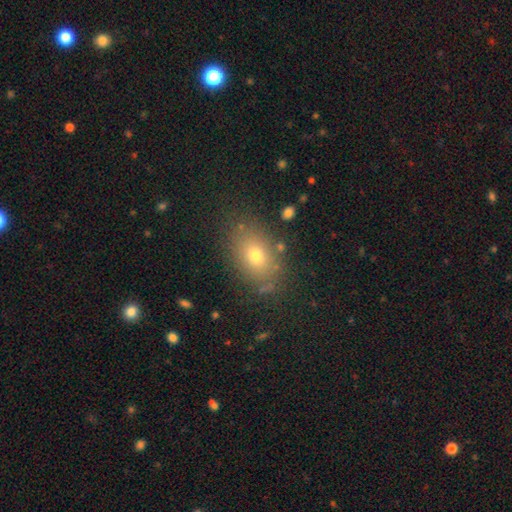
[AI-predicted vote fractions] Smooth or featured?
  - smooth: 72% *
  - star or artifact: 15%
  - featured or disk: 14%
How rounded?
  - in between: 77% *
  - round: 21%
  - cigar-shaped: 2%
Merging?
  - none: 82% *
  - minor disturbance: 12%
  - major disturbance: 4%
  - merger: 3%